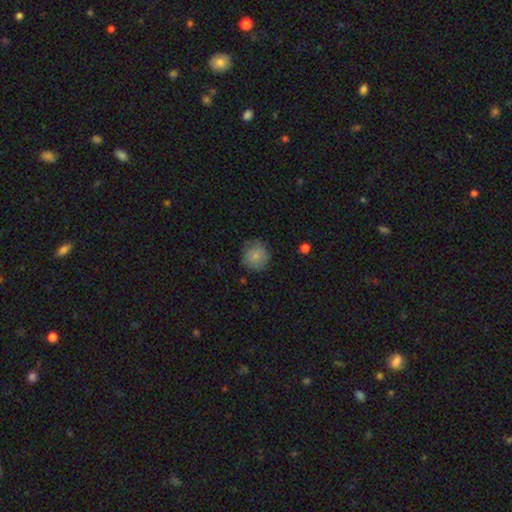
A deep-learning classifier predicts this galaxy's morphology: Smooth or featured?
  - smooth: 81% *
  - featured or disk: 11%
  - star or artifact: 8%
How rounded?
  - round: 91% *
  - in between: 8%
  - cigar-shaped: 1%
Merging?
  - none: 77% *
  - minor disturbance: 17%
  - major disturbance: 4%
  - merger: 1%